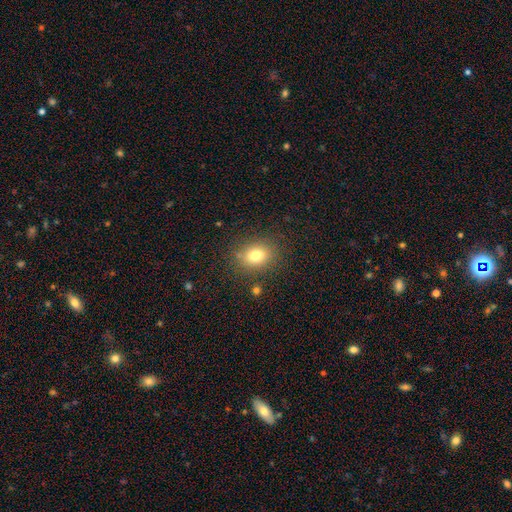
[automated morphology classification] Smooth or featured? Predicted: smooth (p=0.77). How rounded? Predicted: in between (p=0.55). Merging? Predicted: none (p=0.82).